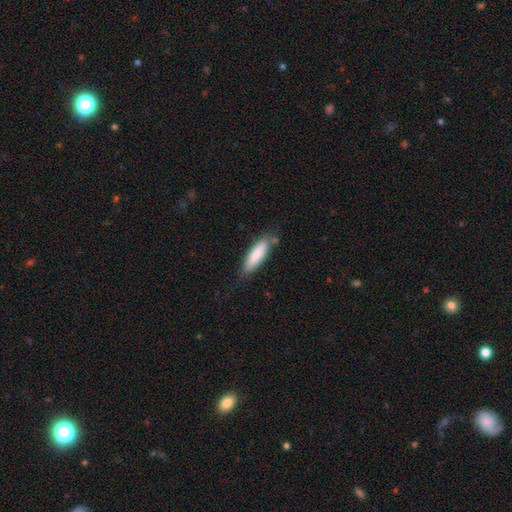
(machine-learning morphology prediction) Smooth or featured: smooth — 82% (featured or disk — 12%)
How rounded: cigar-shaped — 67% (in between — 32%)
Merging: none — 76% (minor disturbance — 17%)